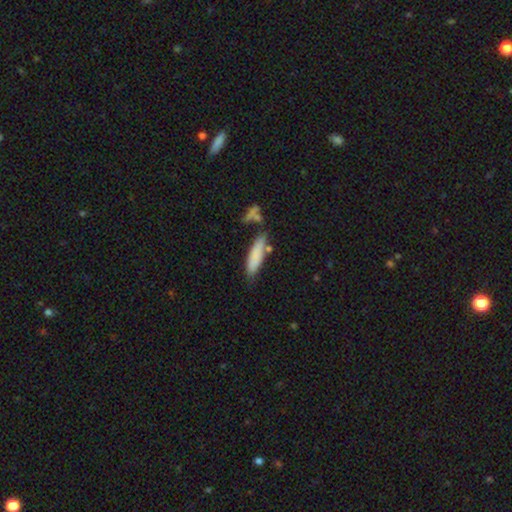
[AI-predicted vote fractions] smooth-or-featured: smooth: 81% | featured or disk: 12% | star or artifact: 7%
  how-rounded: cigar-shaped: 64% | in between: 34% | round: 2%
  merging: none: 67% | minor disturbance: 19% | merger: 10% | major disturbance: 5%